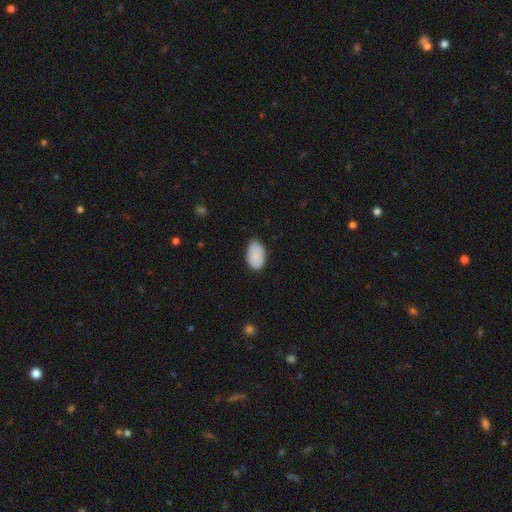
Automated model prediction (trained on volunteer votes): This appears to be a smooth galaxy with no disk features (88%) that is in between round and cigar-shaped (94%). Merging: none (74%).